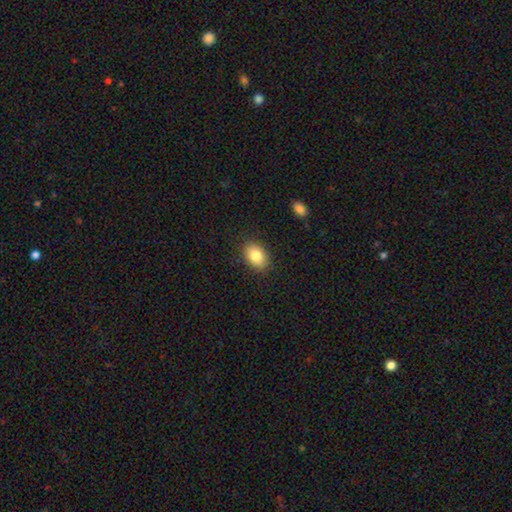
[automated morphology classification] Smooth or featured: smooth — 84% (star or artifact — 8%)
How rounded: in between — 79% (round — 20%)
Merging: none — 87% (minor disturbance — 10%)